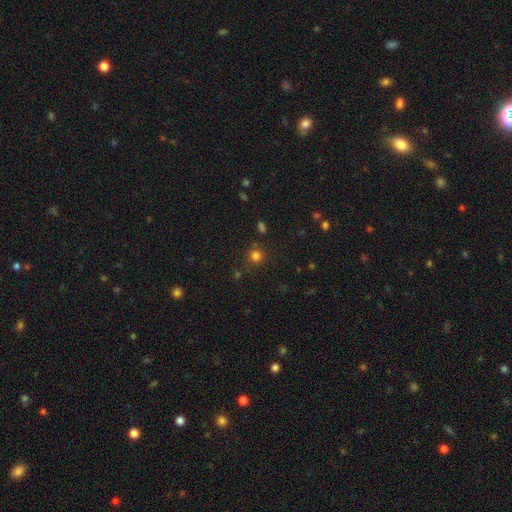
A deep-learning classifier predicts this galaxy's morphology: This appears to be a smooth galaxy with no disk features (77%) that is round (92%). Merging: none (84%).